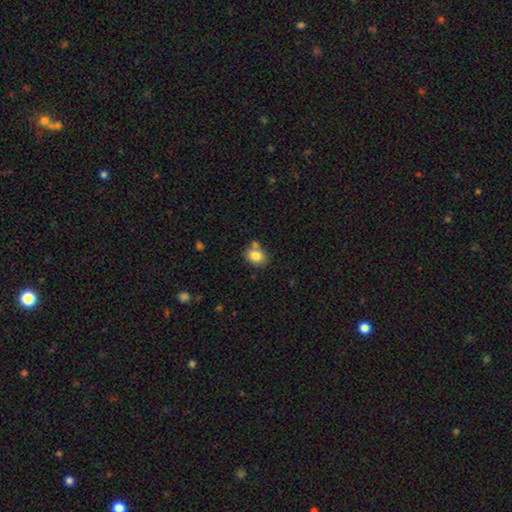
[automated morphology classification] The model was most divided on "how rounded": in between: 53%, round: 46%, cigar-shaped: 1%. More confident: smooth or featured — smooth (81%); merging — none (64%).